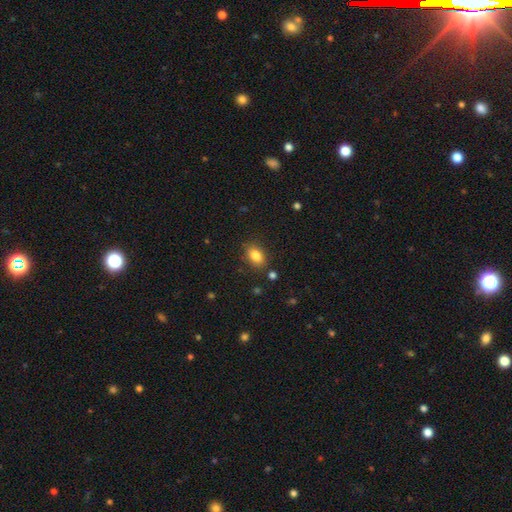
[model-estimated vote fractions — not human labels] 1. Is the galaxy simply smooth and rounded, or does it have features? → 84% smooth, 10% star or artifact, 7% featured or disk.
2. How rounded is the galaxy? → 80% in between, 19% round, 2% cigar-shaped.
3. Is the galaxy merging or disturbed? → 83% none, 11% minor disturbance, 3% major disturbance, 3% merger.